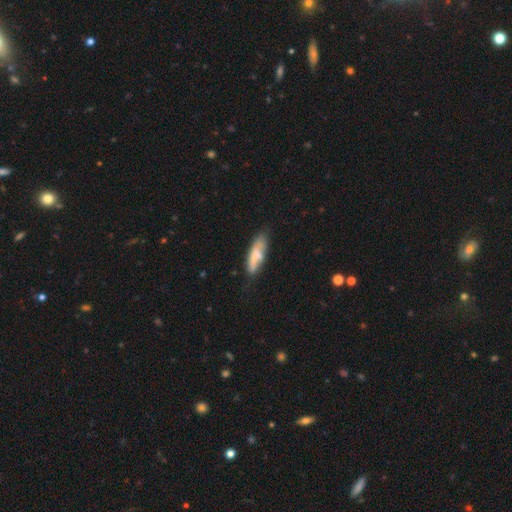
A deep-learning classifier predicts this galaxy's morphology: Overall: smooth (66%; featured or disk 27%). How rounded: in between (50%; cigar-shaped 48%). Merging: none (53%; minor disturbance 30%).